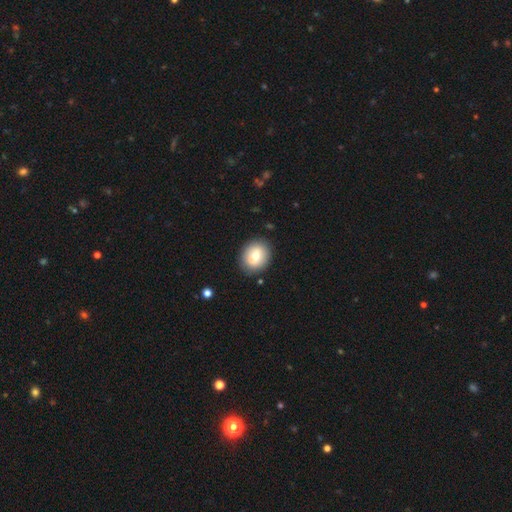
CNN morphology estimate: A smooth galaxy with no disk features (64%) that is round (55%). Merging: none (74%).